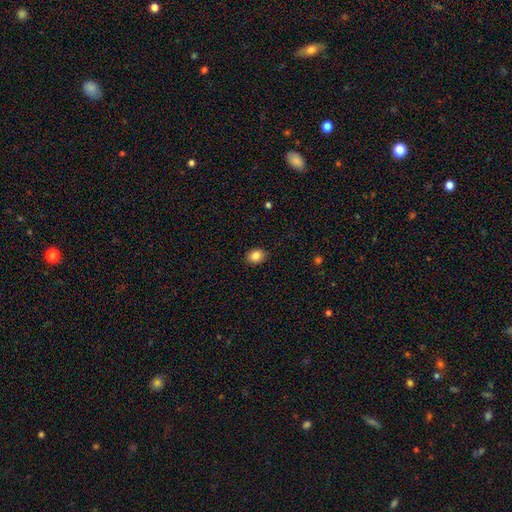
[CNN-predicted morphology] This is clearly a smooth galaxy (86%). How rounded: possibly in between (50%). Merging: clearly none (88%).